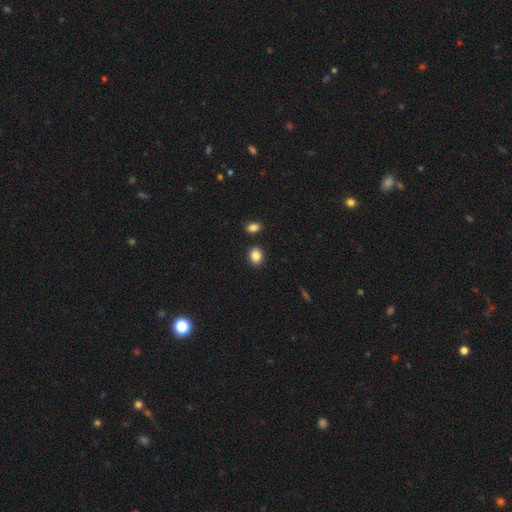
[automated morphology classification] This is clearly a smooth galaxy (86%). How rounded: possibly round (58%). Merging: clearly none (86%).